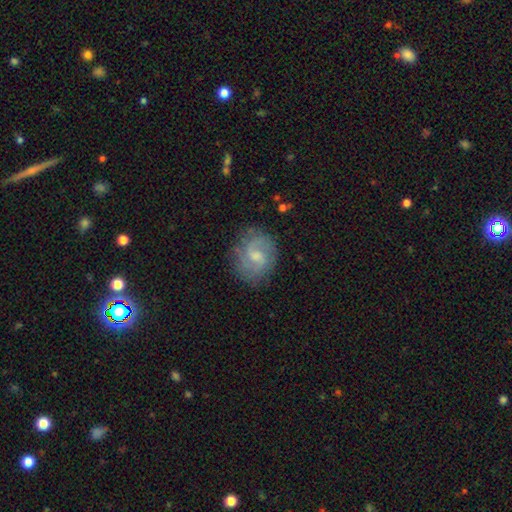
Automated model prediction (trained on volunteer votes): Morphology: type=featured or disk (69%); edge-on=no (98%); bar=weak (60%); spiral arms=yes (90%); winding=medium (47%); arm count=2 (73%); bulge=moderate (42%); merging=none (77%).